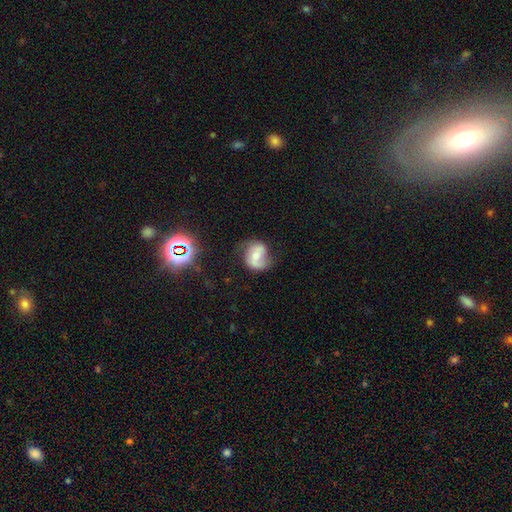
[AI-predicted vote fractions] smooth_or_featured: featured or disk (p=0.65) [alt: smooth p=0.26]
disk_edge_on: no (p=0.97) [alt: yes p=0.03]
bar: no (p=0.43) [alt: weak p=0.37]
has_spiral_arms: yes (p=0.86) [alt: no p=0.14]
spiral_winding: loose (p=0.42) [alt: medium p=0.41]
spiral_arm_count: 2 (p=0.81) [alt: 1 p=0.09]
bulge_size: moderate (p=0.55) [alt: small p=0.38]
merging: none (p=0.61) [alt: minor disturbance p=0.24]